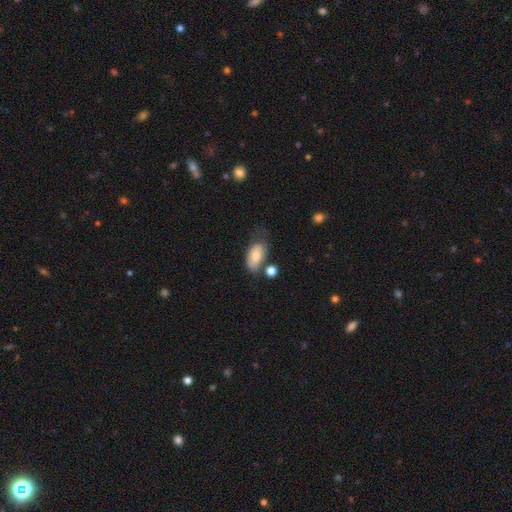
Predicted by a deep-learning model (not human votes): Q: Smooth or featured?
A: smooth (76%); runner-up: featured or disk (17%)
Q: How rounded?
A: in between (92%); runner-up: round (5%)
Q: Merging?
A: none (43%); runner-up: minor disturbance (31%)